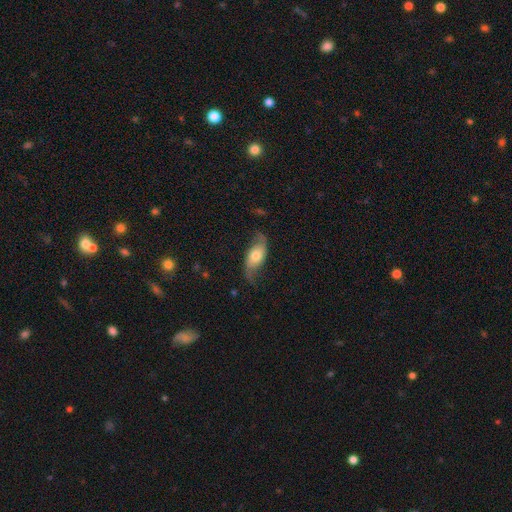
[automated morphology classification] This is likely a featured or disk galaxy (64%). It is clearly not viewed edge-on (89%). Bar: likely no (70%). Spiral arm pattern: clearly yes (89%). Spiral arm count: clearly 2 (90%). Spiral winding: likely loose (78%). Central bulge: likely moderate (61%). Merging: likely none (65%).